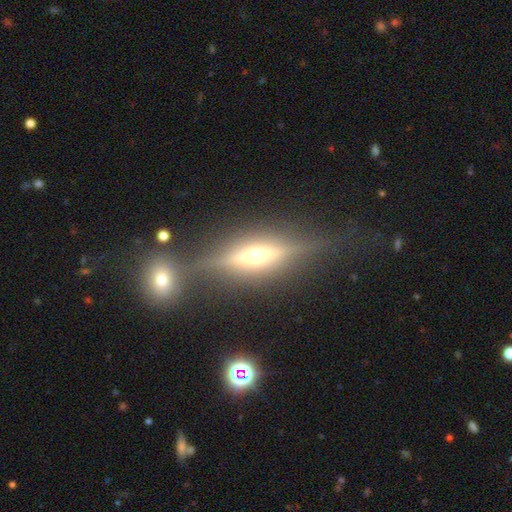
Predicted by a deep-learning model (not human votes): This appears to be a featured or disk galaxy (75%) viewed edge-on (94%) with a rounded central bulge (91%). Merging: none (75%).